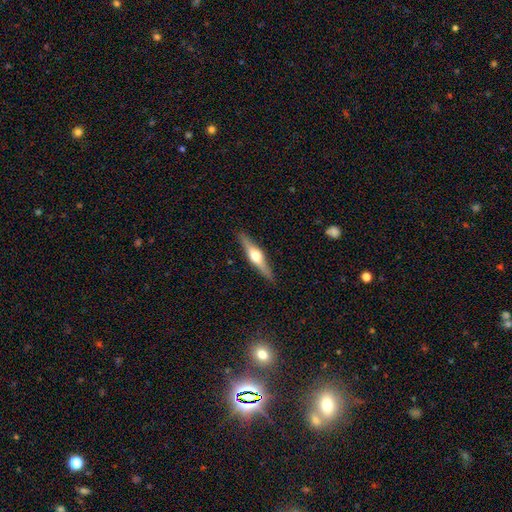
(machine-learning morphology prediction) A featured or disk galaxy (70%) viewed edge-on (97%) with a rounded central bulge (95%). Merging: none (90%).